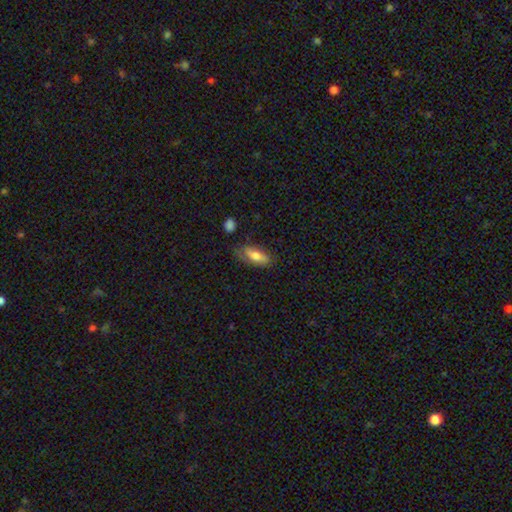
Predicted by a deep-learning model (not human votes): Q: Smooth or featured?
A: smooth (73%); runner-up: featured or disk (21%)
Q: How rounded?
A: in between (77%); runner-up: cigar-shaped (21%)
Q: Merging?
A: none (67%); runner-up: minor disturbance (24%)